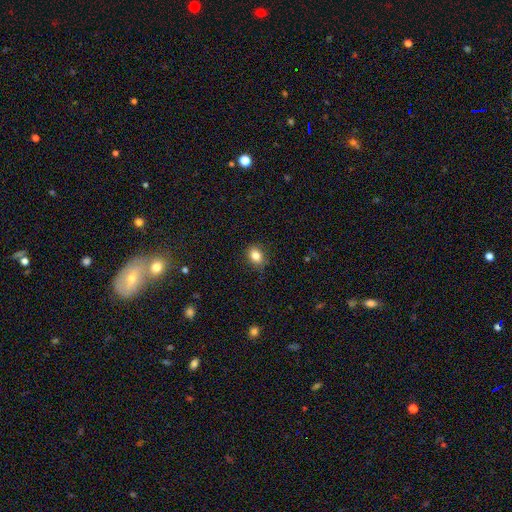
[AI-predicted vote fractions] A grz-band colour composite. It shows a smooth galaxy with no disk features (83%) that is in between round and cigar-shaped (58%). Merging: none (83%).